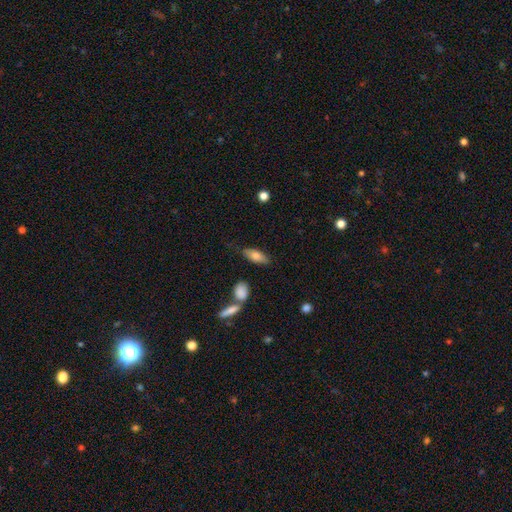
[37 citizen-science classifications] smooth_or_featured: smooth (p=0.76) [alt: featured or disk p=0.19]
how_rounded: in between (p=0.93) [alt: round p=0.04]
merging: none (p=0.86) [alt: minor disturbance p=0.09]